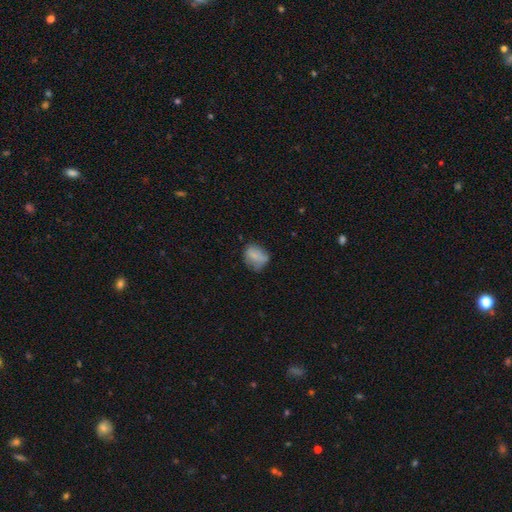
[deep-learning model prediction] Smooth or featured? smooth (74%)
How rounded? in between (58%)
Merging? none (50%)